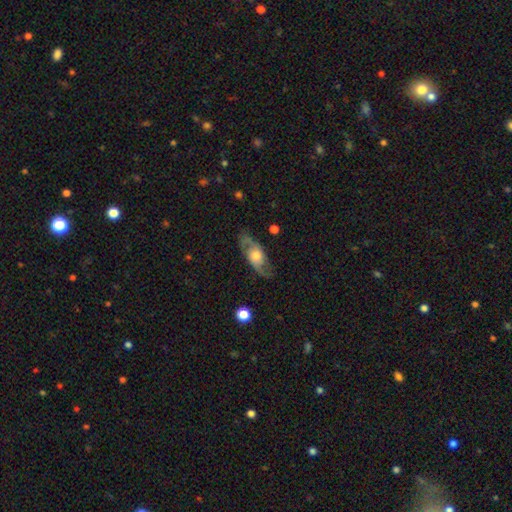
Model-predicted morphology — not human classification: This is likely a featured or disk galaxy (69%). It is clearly not viewed edge-on (83%). Bar: likely no (74%). Spiral arm pattern: clearly yes (84%). Central bulge: possibly moderate (50%). Merging: likely none (76%).